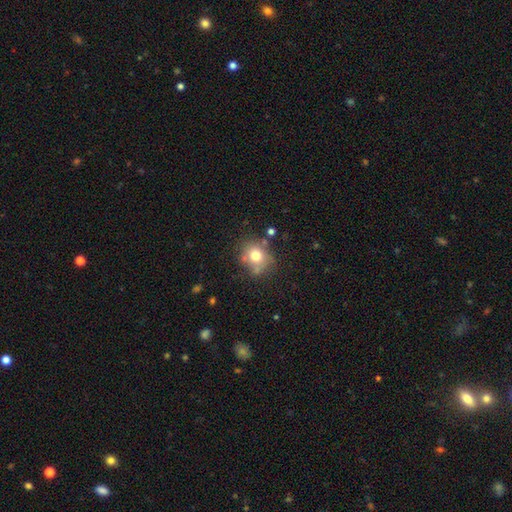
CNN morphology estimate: Q: Smooth or featured?
A: smooth (73%); runner-up: featured or disk (15%)
Q: How rounded?
A: round (75%); runner-up: in between (24%)
Q: Merging?
A: none (69%); runner-up: minor disturbance (17%)